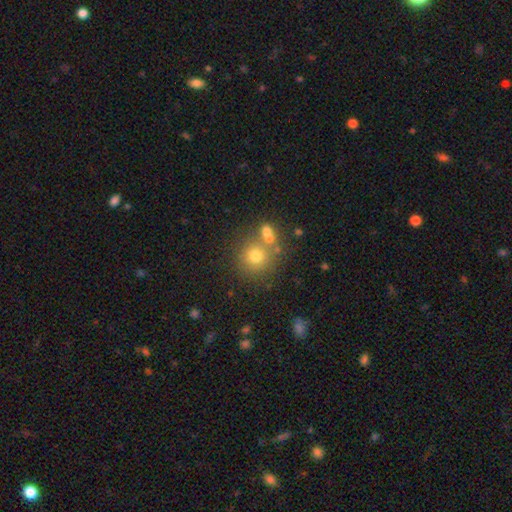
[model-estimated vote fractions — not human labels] smooth_or_featured: smooth (p=0.71) [alt: star or artifact p=0.16]
how_rounded: round (p=0.90) [alt: in between p=0.09]
merging: none (p=0.62) [alt: merger p=0.25]